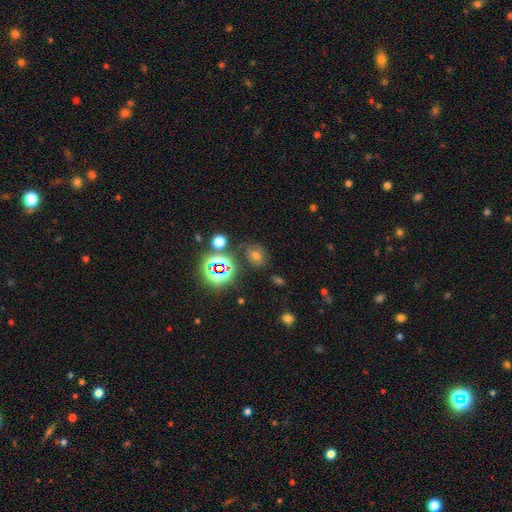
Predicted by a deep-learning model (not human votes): This appears to be a smooth galaxy with no disk features (45%). Merging: none (67%).